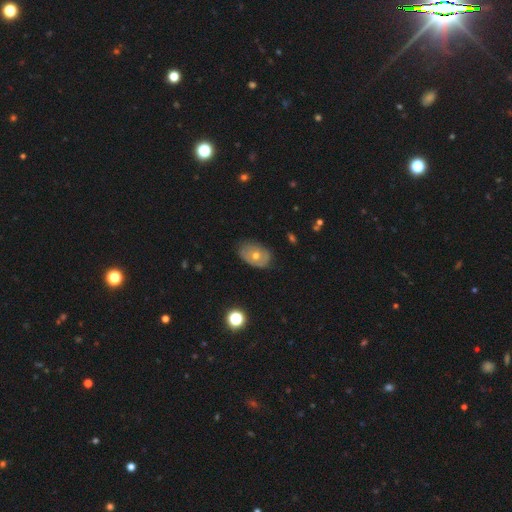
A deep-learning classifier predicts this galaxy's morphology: smooth_or_featured: featured or disk (p=0.46) [alt: smooth p=0.44]
merging: none (p=0.75) [alt: minor disturbance p=0.19]